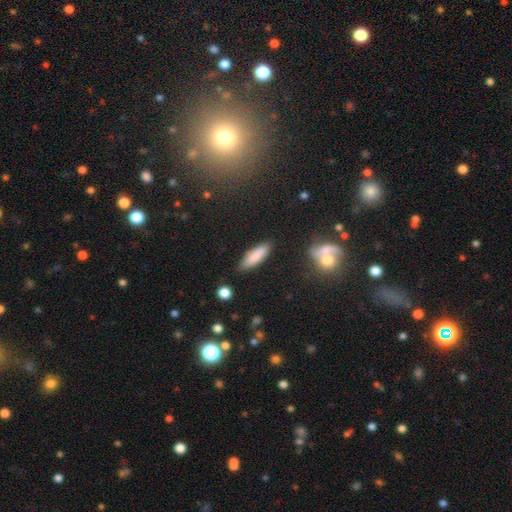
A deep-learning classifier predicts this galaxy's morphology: Smooth or featured? smooth (83%)
How rounded? cigar-shaped (55%)
Merging? none (83%)